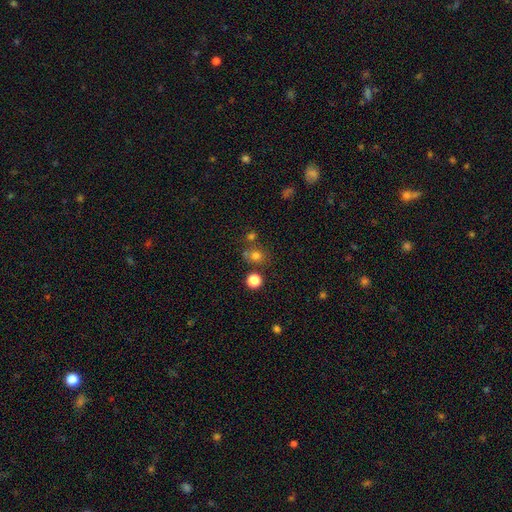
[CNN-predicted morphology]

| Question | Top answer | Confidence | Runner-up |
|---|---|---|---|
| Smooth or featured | smooth | 72% | star or artifact (19%) |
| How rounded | round | 80% | in between (19%) |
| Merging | none | 65% | merger (19%) |